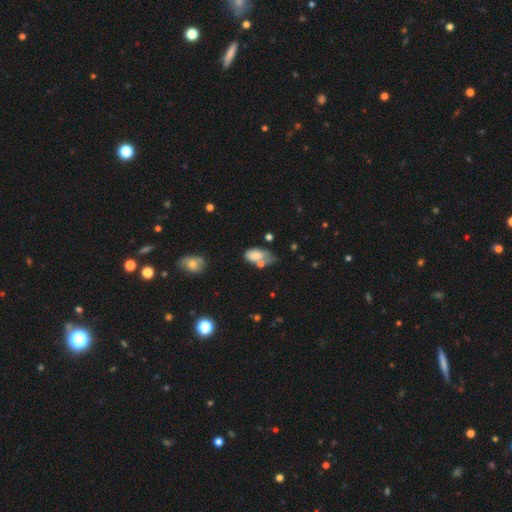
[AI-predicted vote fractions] Morphology: type=smooth (72%); roundness=in between (92%); merging=none (32%).